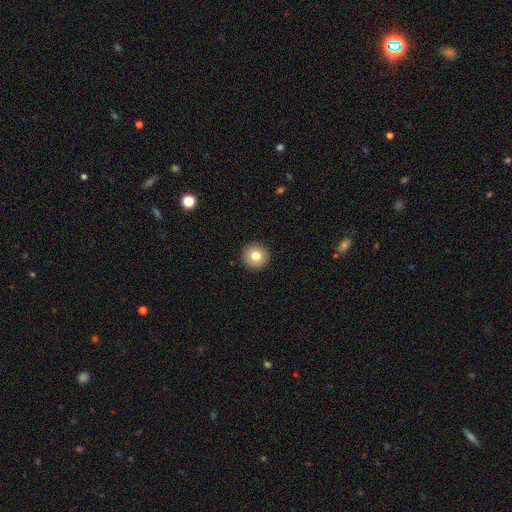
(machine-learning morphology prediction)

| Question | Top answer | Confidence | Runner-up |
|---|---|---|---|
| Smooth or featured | smooth | 79% | featured or disk (11%) |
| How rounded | round | 96% | in between (3%) |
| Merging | none | 93% | minor disturbance (4%) |